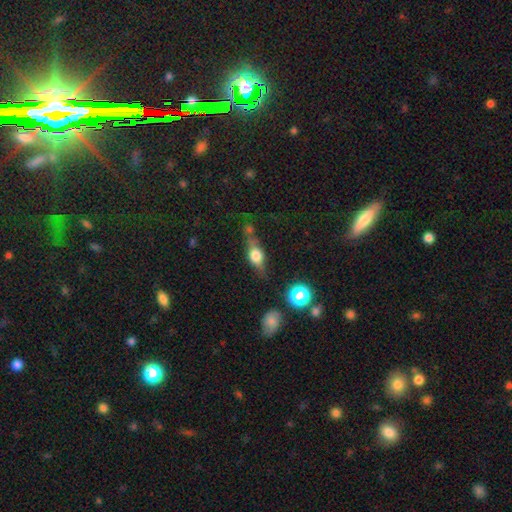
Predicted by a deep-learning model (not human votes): smooth-or-featured: smooth: 57% | featured or disk: 32% | star or artifact: 11%
  how-rounded: in between: 60% | cigar-shaped: 20% | round: 20%
  merging: none: 54% | minor disturbance: 24% | merger: 11% | major disturbance: 11%